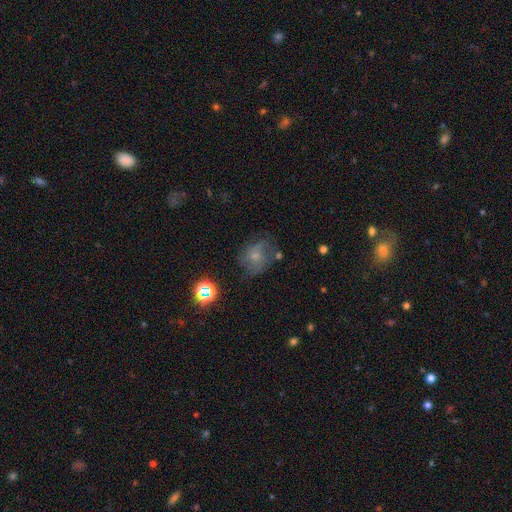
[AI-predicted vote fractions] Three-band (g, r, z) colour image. It shows a smooth galaxy with no disk features (52%) that is round (65%). Merging: none (49%).